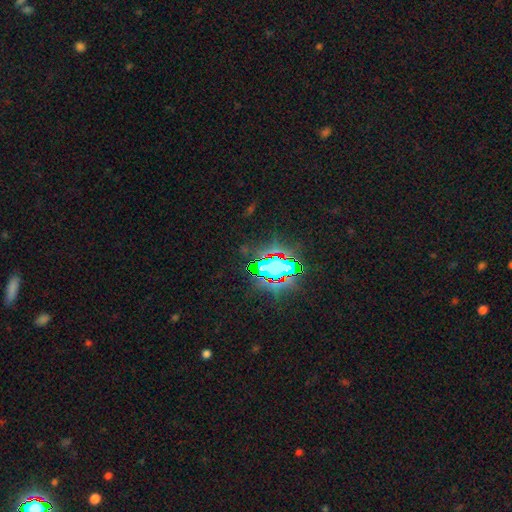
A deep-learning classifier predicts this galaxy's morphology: This appears to be a star or artifact, not a galaxy (80%).